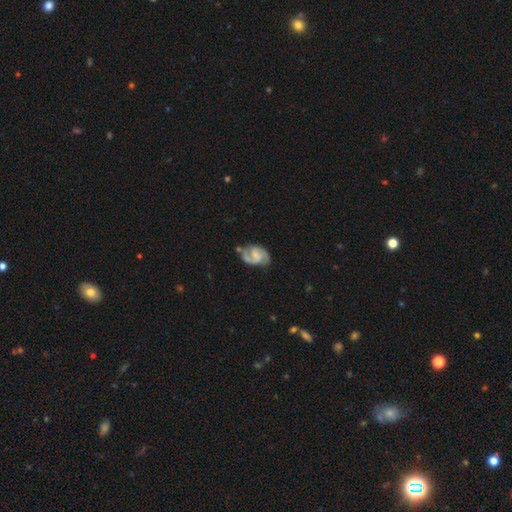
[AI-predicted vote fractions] featured or disk 85%, smooth 10%, star or artifact 5%. Down the decision tree: edge-on disk — no (98%); bar — weak (47%); spiral arms — yes (96%); spiral arm count — 2 (90%); spiral winding — medium (53%); bulge size — none (51%); merging — none (66%).